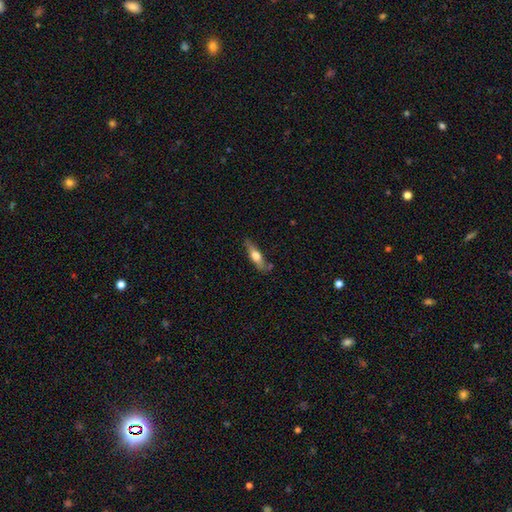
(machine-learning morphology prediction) Q: Smooth or featured?
A: smooth (52%); runner-up: featured or disk (42%)
Q: How rounded?
A: cigar-shaped (63%); runner-up: in between (34%)
Q: Merging?
A: none (71%); runner-up: minor disturbance (20%)